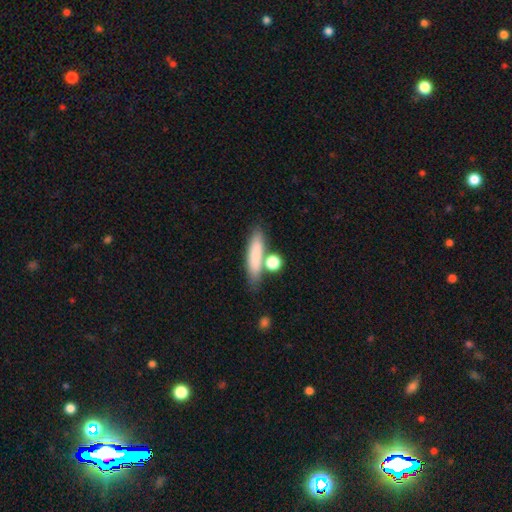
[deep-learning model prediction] Smooth or featured? Predicted: smooth (p=0.80). How rounded? Predicted: cigar-shaped (p=0.67). Merging? Predicted: none (p=0.65).